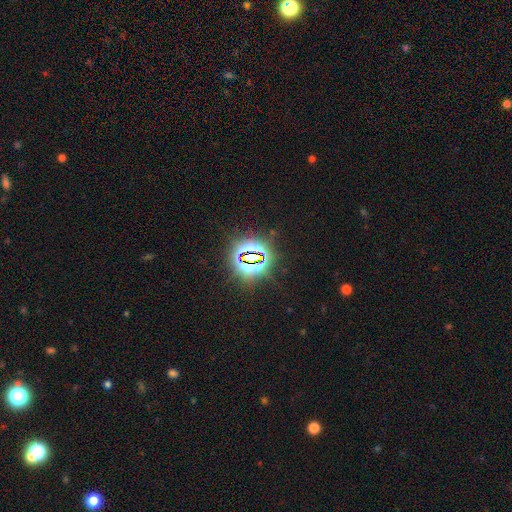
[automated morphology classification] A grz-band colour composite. It shows a star or artifact, not a galaxy (79%).